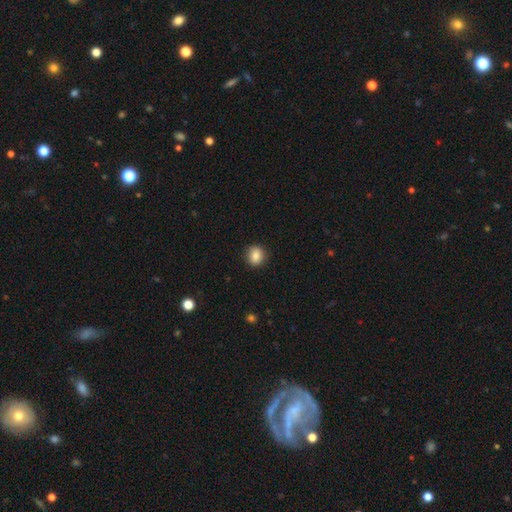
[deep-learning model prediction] Smooth or featured? smooth (85%)
How rounded? round (76%)
Merging? none (89%)